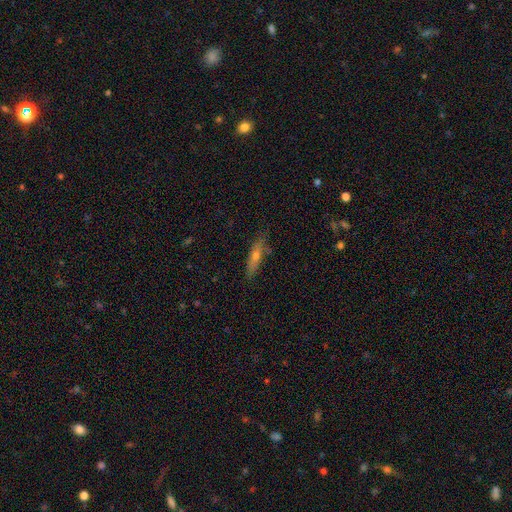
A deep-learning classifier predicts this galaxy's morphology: Q: Smooth or featured?
A: smooth (48%); runner-up: featured or disk (44%)
Q: Merging?
A: none (79%); runner-up: minor disturbance (16%)